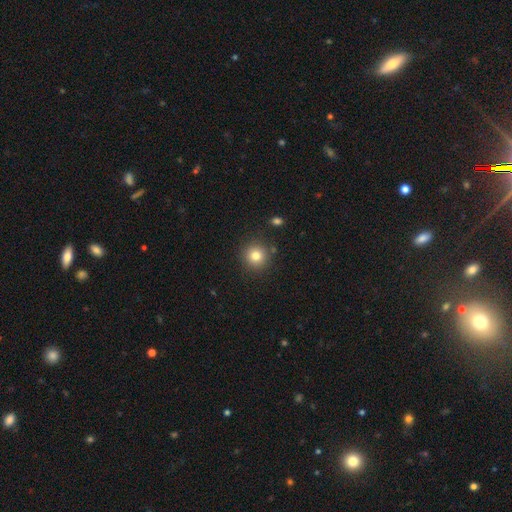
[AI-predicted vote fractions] A smooth galaxy with no disk features (80%) that is round (94%).

Vote fractions:
- Smooth or featured? smooth: 80% / star or artifact: 12% / featured or disk: 8%
- How rounded? round: 94% / in between: 5% / cigar-shaped: 1%
- Merging? none: 88% / minor disturbance: 7% / merger: 3% / major disturbance: 3%